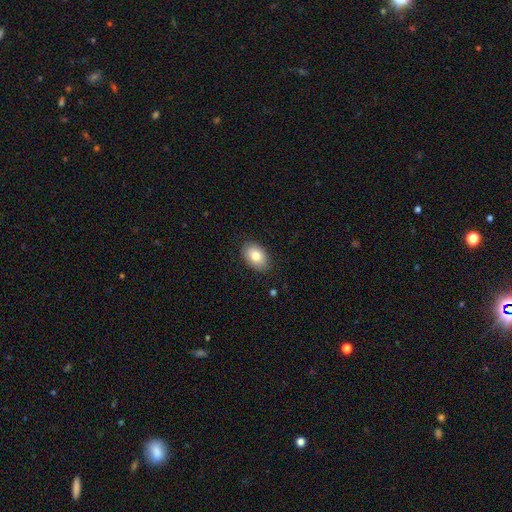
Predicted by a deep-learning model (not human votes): smooth_or_featured: smooth (p=0.81) [alt: featured or disk p=0.12]
how_rounded: in between (p=0.85) [alt: round p=0.14]
merging: none (p=0.85) [alt: minor disturbance p=0.11]